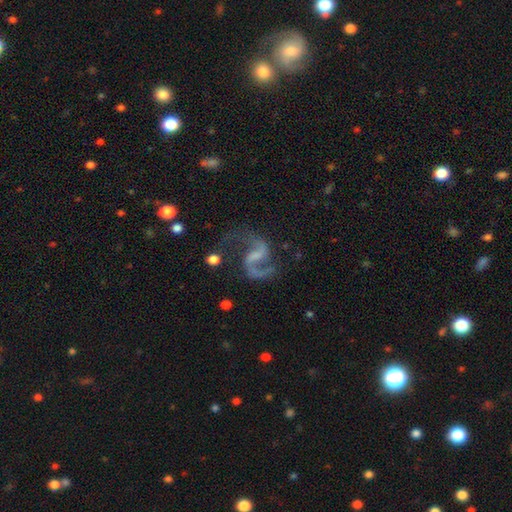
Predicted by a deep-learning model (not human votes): smooth-or-featured: featured or disk: 91% | star or artifact: 5% | smooth: 3%
  disk-edge-on: no: 98% | yes: 2%
    bar: weak: 52% | strong: 25% | no: 23%
    has-spiral-arms: yes: 98% | no: 2%
      spiral-winding: loose: 55% | medium: 39% | tight: 6%
      spiral-arm-count: 2: 94% | 1: 2% | can't tell: 1% | 3: 1% | 4: 1% | more than 4: 1%
    bulge-size: none: 41% | small: 40% | moderate: 16% | large: 2% | dominant: 1%
  merging: none: 72% | minor disturbance: 15% | major disturbance: 11% | merger: 3%